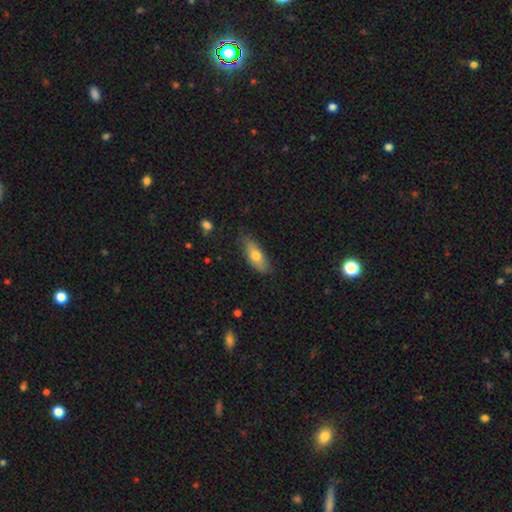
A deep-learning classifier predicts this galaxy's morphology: Smooth or featured: smooth — 71% (featured or disk — 23%)
How rounded: in between — 73% (cigar-shaped — 24%)
Merging: none — 77% (minor disturbance — 18%)